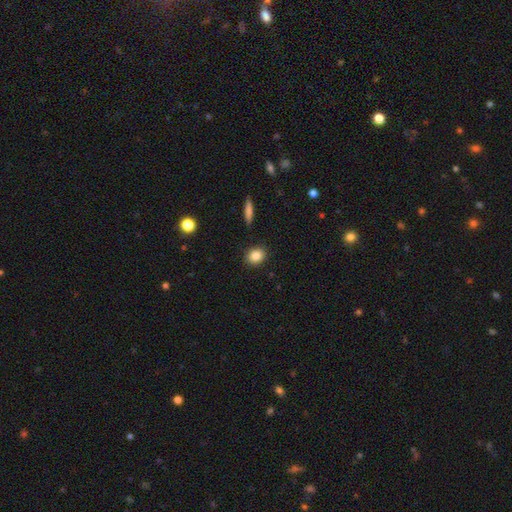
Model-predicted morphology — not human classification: The model was most divided on "how rounded": round: 56%, in between: 43%, cigar-shaped: 2%. More confident: merging — none (89%); smooth or featured — smooth (86%).